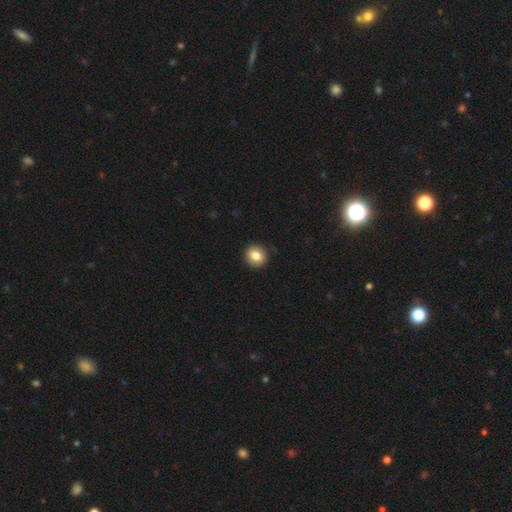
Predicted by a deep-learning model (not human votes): Overall: smooth (83%). How rounded: round (89%). Merging: none (92%).